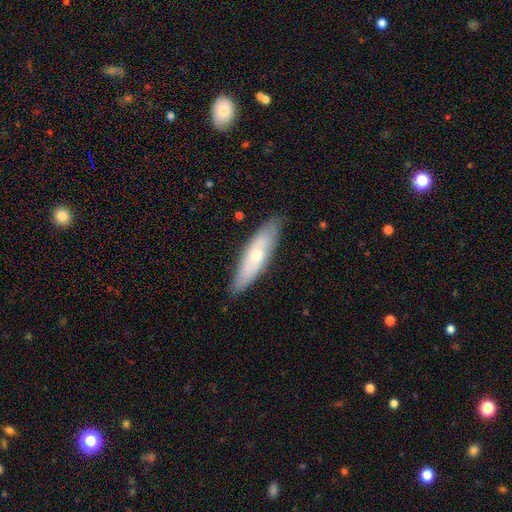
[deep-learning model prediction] smooth-or-featured: smooth: 56% | featured or disk: 38% | star or artifact: 6%
  how-rounded: cigar-shaped: 65% | in between: 34% | round: 2%
  merging: none: 83% | minor disturbance: 13% | major disturbance: 2% | merger: 1%